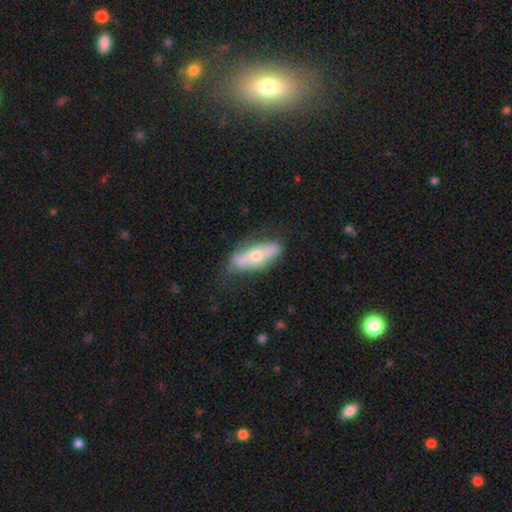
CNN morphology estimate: Smooth or featured?
  - featured or disk: 48% *
  - smooth: 46%
  - star or artifact: 6%
Merging?
  - none: 66% *
  - minor disturbance: 24%
  - major disturbance: 9%
  - merger: 2%